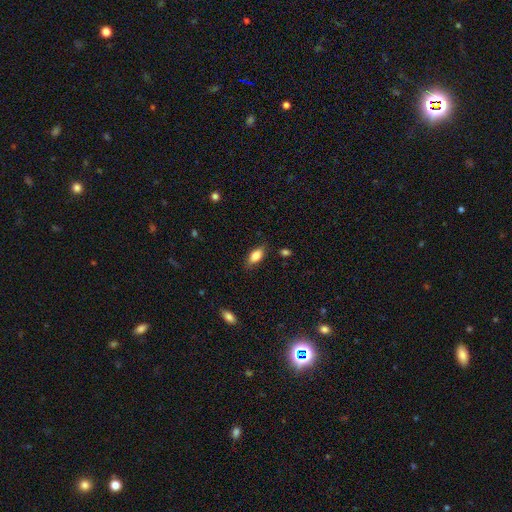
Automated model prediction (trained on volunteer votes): A smooth galaxy with no disk features (80%) that is in between round and cigar-shaped (87%).

Vote fractions:
- Smooth or featured? smooth: 80% / featured or disk: 12% / star or artifact: 7%
- How rounded? in between: 87% / cigar-shaped: 9% / round: 5%
- Merging? none: 80% / minor disturbance: 15% / major disturbance: 3% / merger: 1%